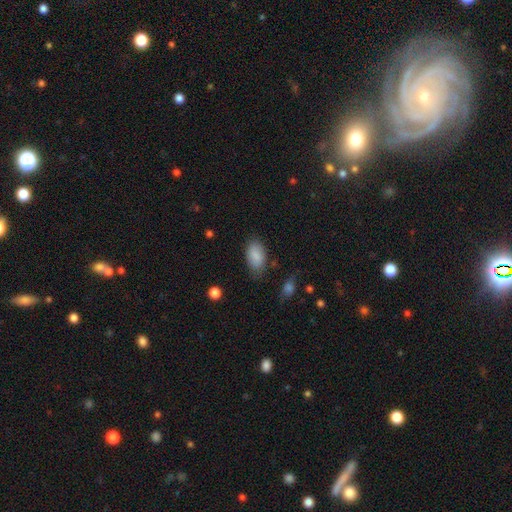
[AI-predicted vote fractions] smooth_or_featured: smooth (p=0.86) [alt: star or artifact p=0.07]
how_rounded: in between (p=0.93) [alt: round p=0.05]
merging: none (p=0.75) [alt: minor disturbance p=0.18]